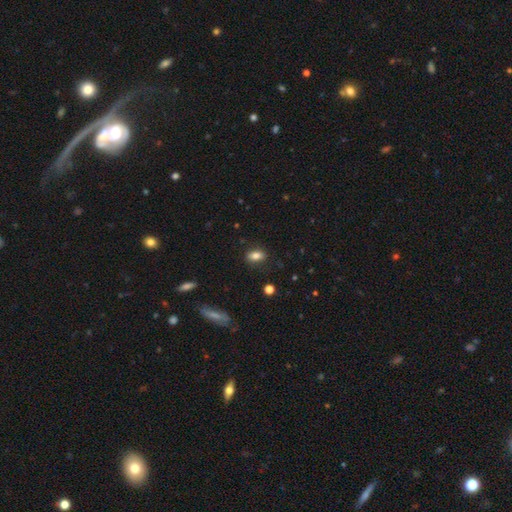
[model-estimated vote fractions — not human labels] A smooth galaxy with no disk features (82%) that is in between round and cigar-shaped (82%).

Vote fractions:
- Smooth or featured? smooth: 82% / star or artifact: 10% / featured or disk: 9%
- How rounded? in between: 82% / round: 14% / cigar-shaped: 4%
- Merging? none: 84% / minor disturbance: 12% / major disturbance: 3% / merger: 1%